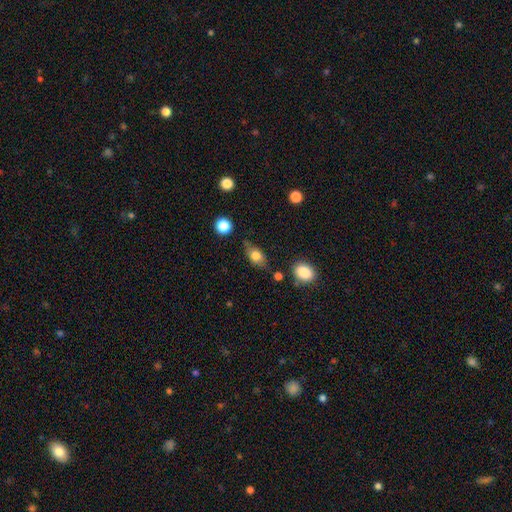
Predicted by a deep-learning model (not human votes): Overall: smooth (75%). How rounded: in between (76%). Merging: none (67%).